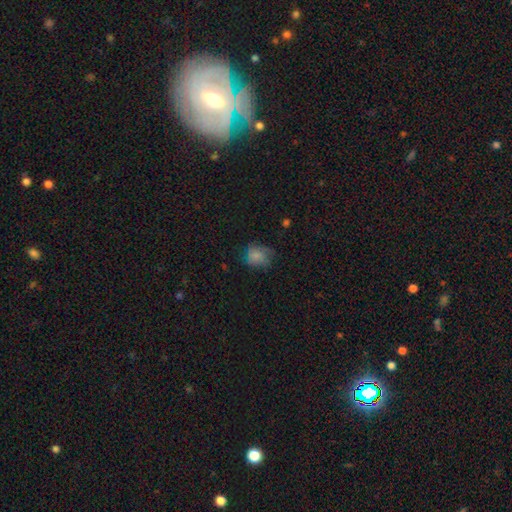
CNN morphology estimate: Q: Smooth or featured?
A: smooth (69%); runner-up: featured or disk (18%)
Q: How rounded?
A: round (54%); runner-up: in between (45%)
Q: Merging?
A: none (51%); runner-up: minor disturbance (29%)